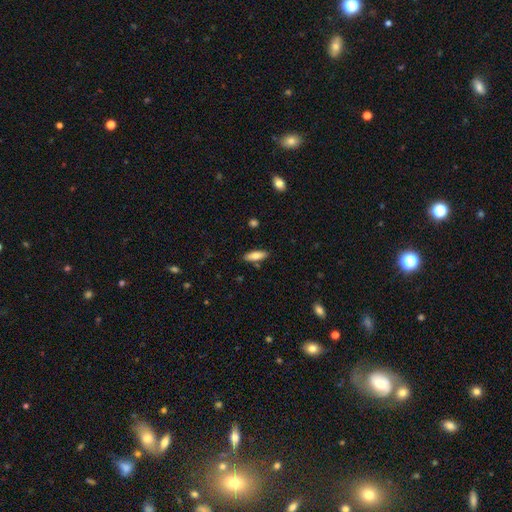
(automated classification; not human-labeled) This appears to be a smooth galaxy with no disk features (78%) that is in between round and cigar-shaped (64%). Merging: none (85%).